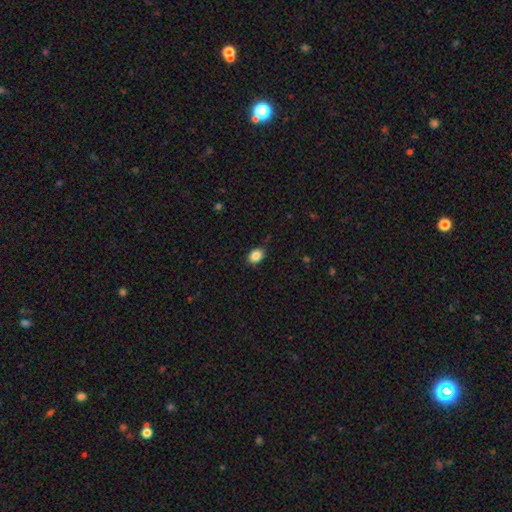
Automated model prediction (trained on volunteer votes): This appears to be a smooth galaxy with no disk features (86%) that is in between round and cigar-shaped (73%). Merging: none (83%).